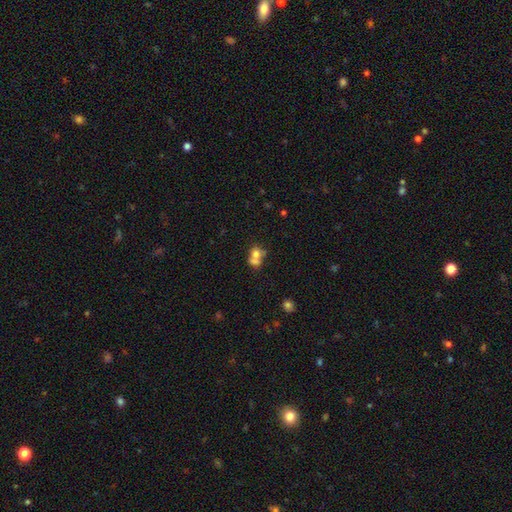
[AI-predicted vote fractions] This is likely a smooth galaxy (68%). How rounded: likely round (64%). Merging: likely merger (63%).